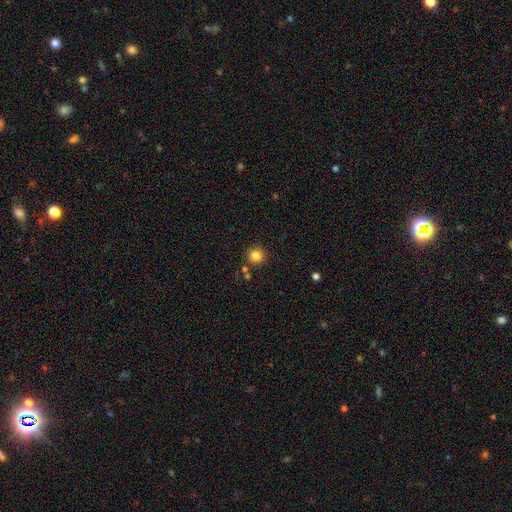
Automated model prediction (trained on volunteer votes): A smooth galaxy with no disk features (84%) that is round (94%).

Vote fractions:
- Smooth or featured? smooth: 84% / star or artifact: 12% / featured or disk: 5%
- How rounded? round: 94% / in between: 5% / cigar-shaped: 1%
- Merging? none: 86% / minor disturbance: 6% / merger: 5% / major disturbance: 2%